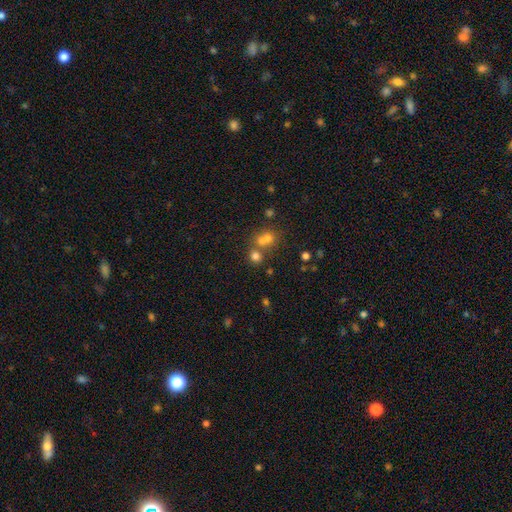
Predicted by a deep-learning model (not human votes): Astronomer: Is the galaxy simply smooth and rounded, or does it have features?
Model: smooth — 65%.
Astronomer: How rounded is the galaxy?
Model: round — 74%.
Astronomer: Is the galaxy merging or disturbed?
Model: merger — 47% (runner-up: none, 43%).